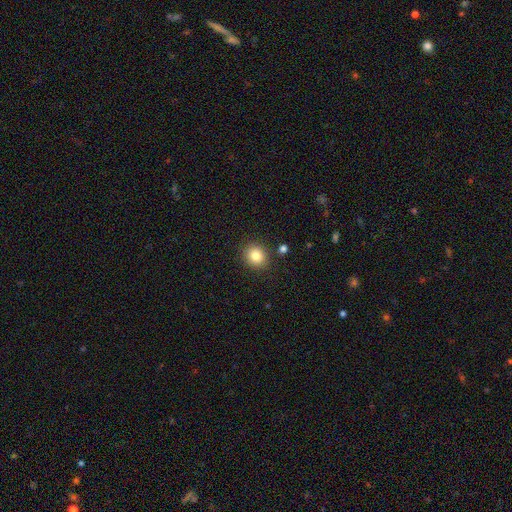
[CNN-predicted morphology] This is clearly a smooth galaxy (83%). How rounded: clearly round (83%). Merging: clearly none (88%).